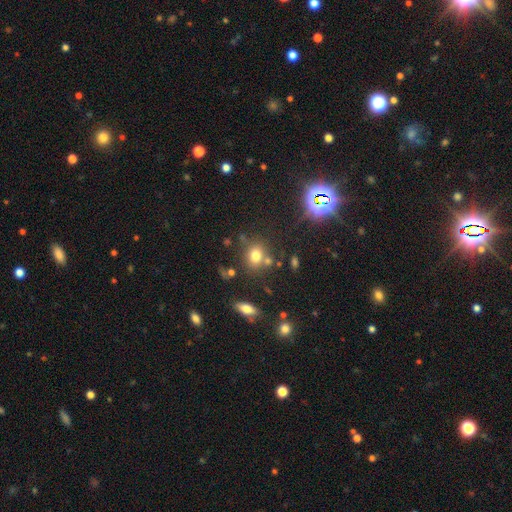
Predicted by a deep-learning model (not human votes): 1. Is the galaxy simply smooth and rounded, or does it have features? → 73% smooth, 16% star or artifact, 10% featured or disk.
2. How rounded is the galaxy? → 60% round, 38% in between, 2% cigar-shaped.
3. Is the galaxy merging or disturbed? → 68% none, 14% minor disturbance, 13% merger, 5% major disturbance.